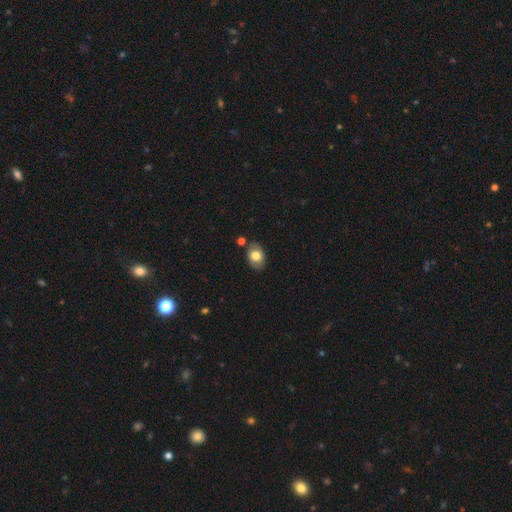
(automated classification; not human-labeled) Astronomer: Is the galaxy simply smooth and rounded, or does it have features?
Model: smooth — 72%.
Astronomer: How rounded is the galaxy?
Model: in between — 82%.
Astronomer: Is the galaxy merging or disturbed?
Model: none — 76%.